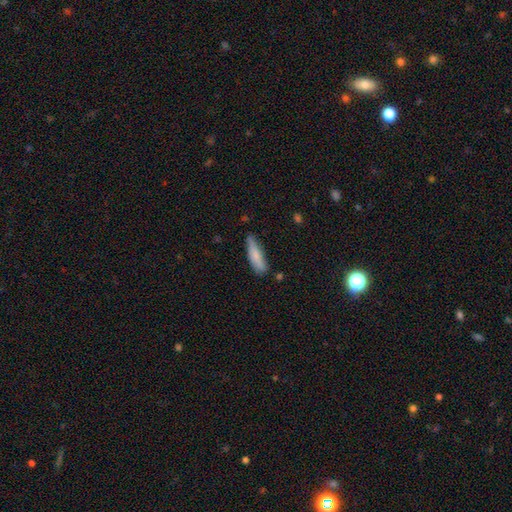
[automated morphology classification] A smooth galaxy with no disk features (77%) that is cigar-shaped (67%). Merging: none (71%).